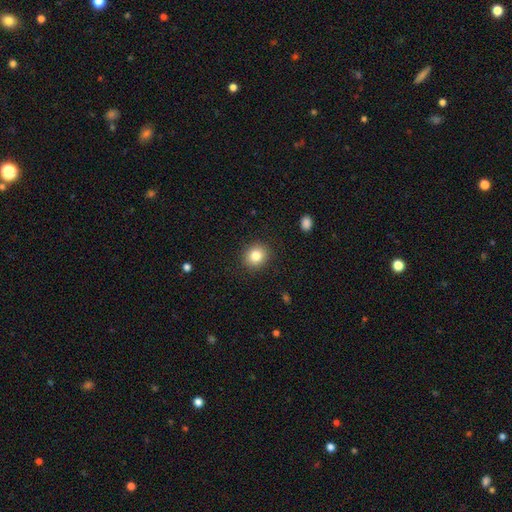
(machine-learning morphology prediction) Overall: smooth (83%). How rounded: round (75%). Merging: none (89%).